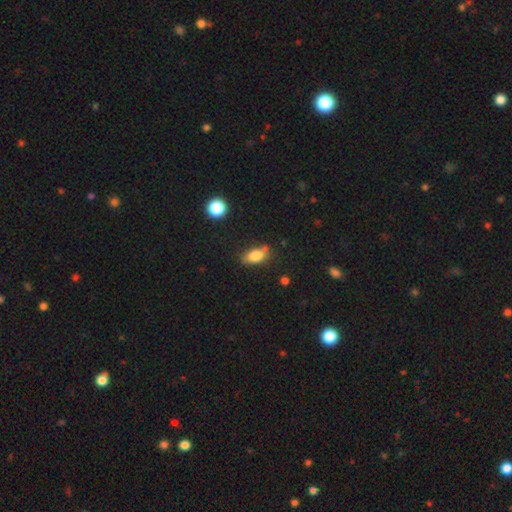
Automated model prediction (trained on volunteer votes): smooth-or-featured: smooth: 80% | featured or disk: 12% | star or artifact: 9%
  how-rounded: in between: 85% | cigar-shaped: 8% | round: 7%
  merging: none: 69% | minor disturbance: 21% | merger: 5% | major disturbance: 5%